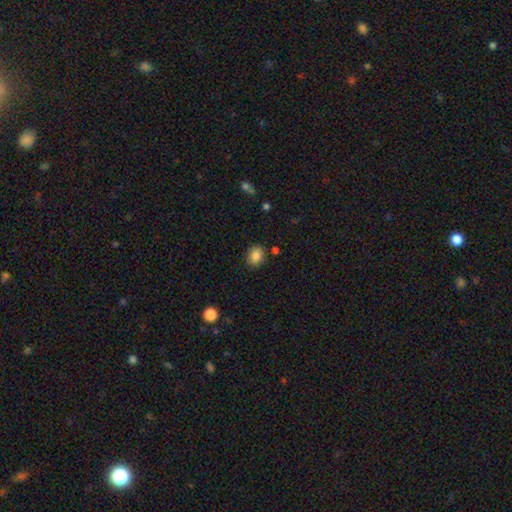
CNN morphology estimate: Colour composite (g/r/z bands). It shows a smooth galaxy with no disk features (85%) that is round (53%). Merging: none (82%).